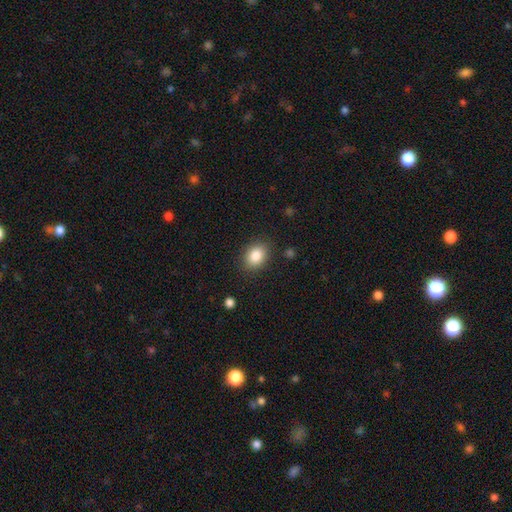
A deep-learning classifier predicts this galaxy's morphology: A smooth galaxy with no disk features (85%) that is in between round and cigar-shaped (66%). Merging: none (85%).